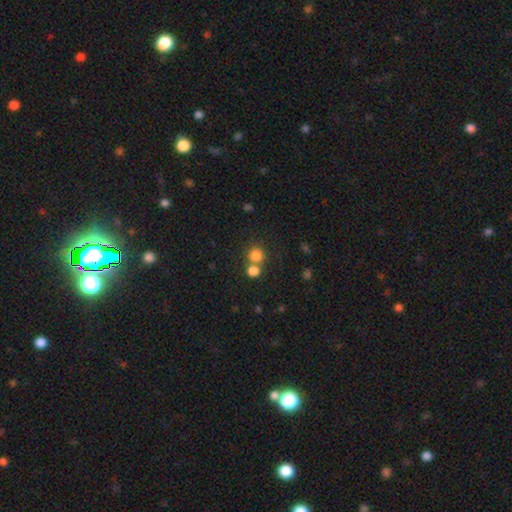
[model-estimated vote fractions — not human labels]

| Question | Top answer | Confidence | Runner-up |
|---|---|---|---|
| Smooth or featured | smooth | 81% | star or artifact (13%) |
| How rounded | round | 88% | in between (11%) |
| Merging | none | 56% | merger (33%) |